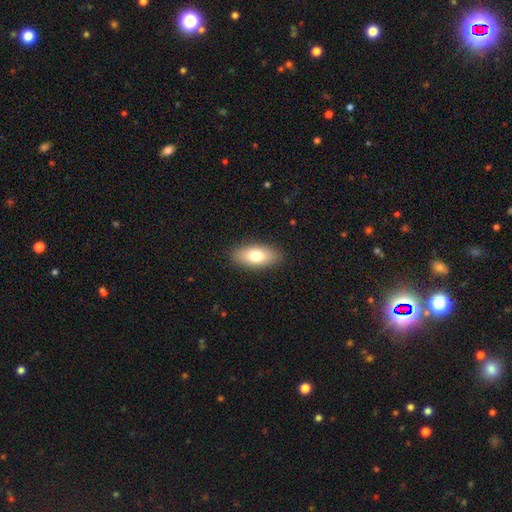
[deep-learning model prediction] Smooth or featured? Predicted: smooth (p=0.76). How rounded? Predicted: in between (p=0.86). Merging? Predicted: none (p=0.89).